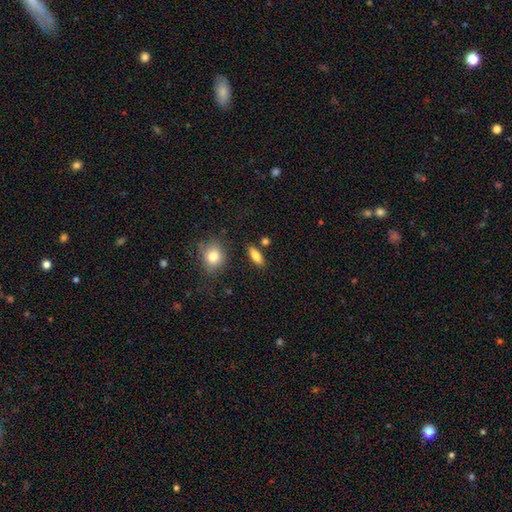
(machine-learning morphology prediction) A smooth galaxy with no disk features (79%) that is in between round and cigar-shaped (69%). Merging: none (84%).